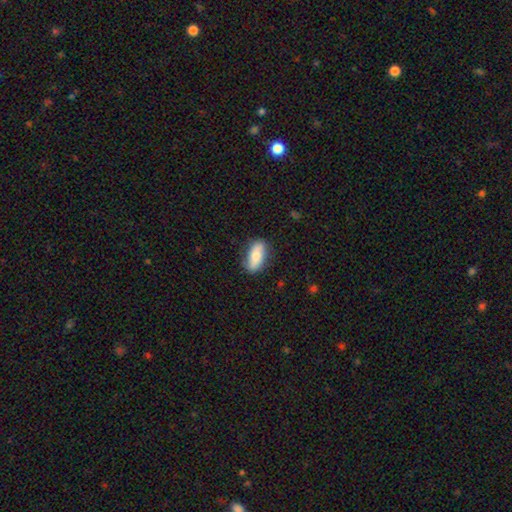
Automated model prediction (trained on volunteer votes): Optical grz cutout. It shows a smooth galaxy with no disk features (67%) that is in between round and cigar-shaped (82%). Merging: none (81%).